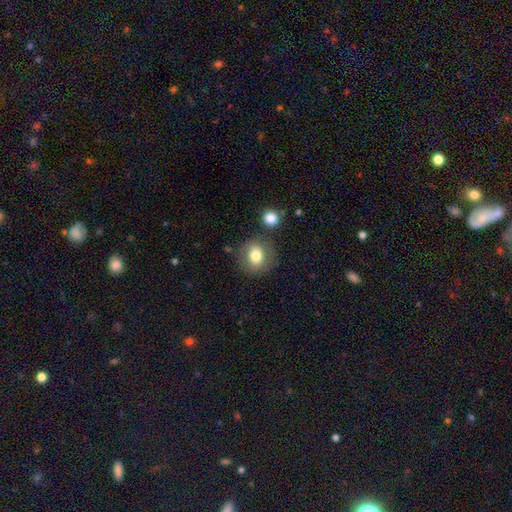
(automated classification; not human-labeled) Smooth or featured?
  - smooth: 76% *
  - featured or disk: 15%
  - star or artifact: 9%
How rounded?
  - round: 76% *
  - in between: 23%
  - cigar-shaped: 1%
Merging?
  - none: 78% *
  - minor disturbance: 11%
  - merger: 6%
  - major disturbance: 4%